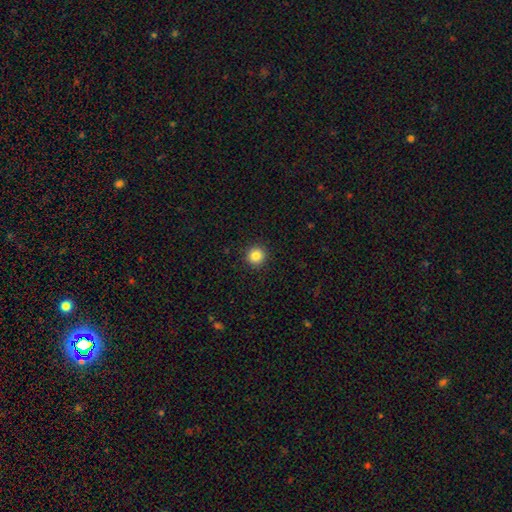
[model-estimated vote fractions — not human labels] Smooth or featured: smooth — 85% (star or artifact — 11%)
How rounded: round — 94% (in between — 5%)
Merging: none — 93% (minor disturbance — 5%)